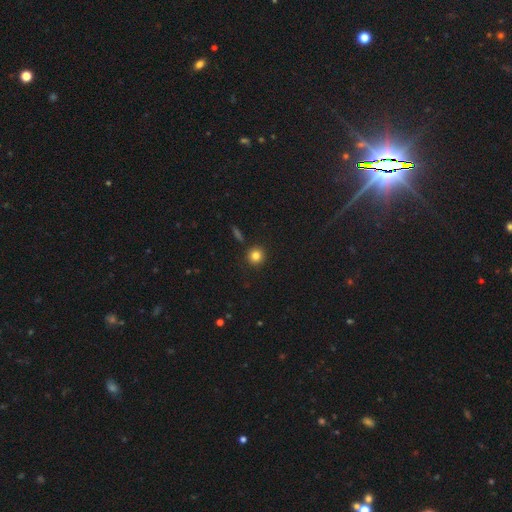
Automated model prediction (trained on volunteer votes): Smooth or featured? smooth (82%)
How rounded? round (93%)
Merging? none (90%)